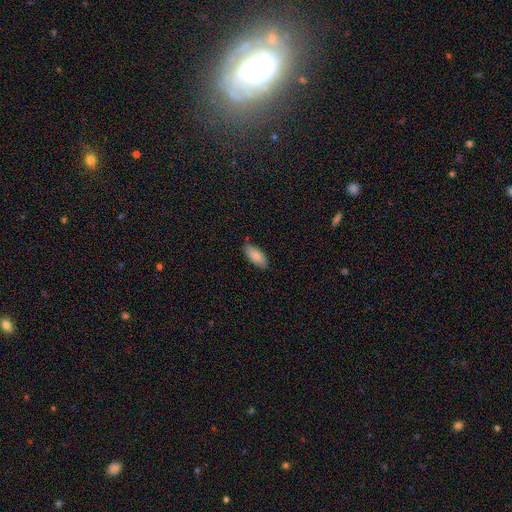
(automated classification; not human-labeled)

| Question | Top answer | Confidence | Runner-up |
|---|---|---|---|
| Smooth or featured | smooth | 86% | featured or disk (8%) |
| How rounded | in between | 87% | cigar-shaped (11%) |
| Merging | none | 81% | minor disturbance (15%) |